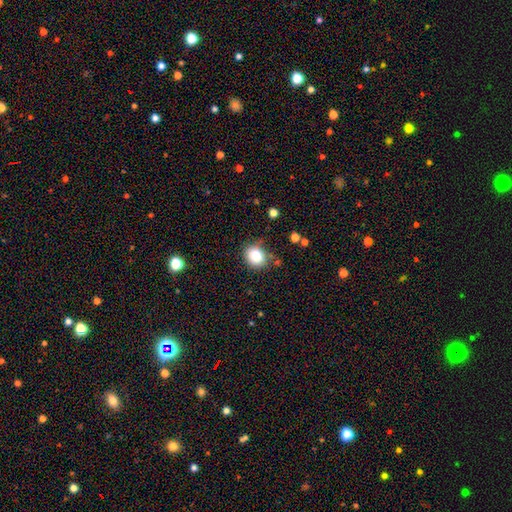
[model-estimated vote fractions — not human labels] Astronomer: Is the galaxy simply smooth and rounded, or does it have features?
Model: smooth — 84%.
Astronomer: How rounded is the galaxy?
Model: round — 66%.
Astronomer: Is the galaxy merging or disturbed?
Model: none — 75%.